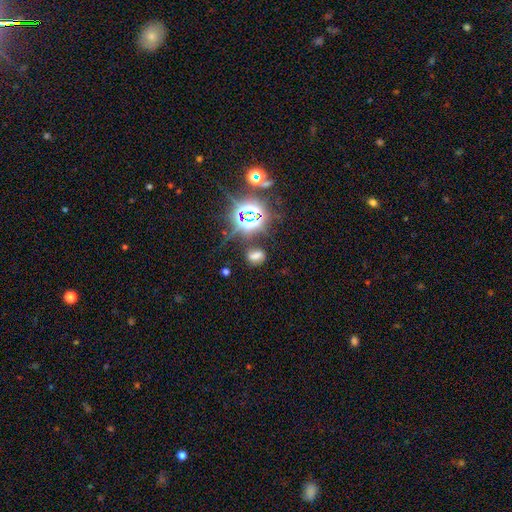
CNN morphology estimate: Overall: smooth (47%; star or artifact 40%). Merging: none (68%).